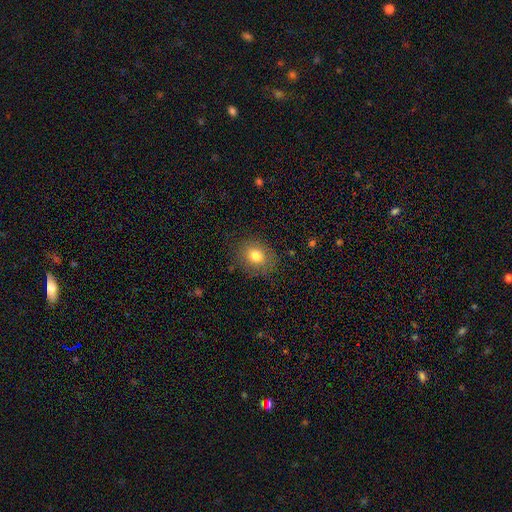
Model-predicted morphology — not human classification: Overall: smooth (77%). How rounded: round (62%; in between 37%). Merging: none (83%).